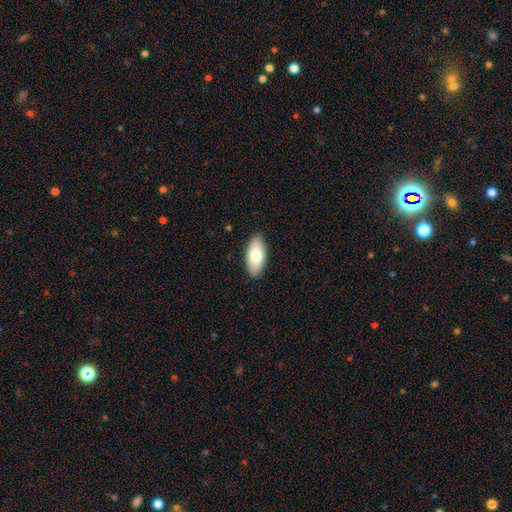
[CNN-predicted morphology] A smooth galaxy with no disk features (79%) that is in between round and cigar-shaped (91%). Merging: none (89%).